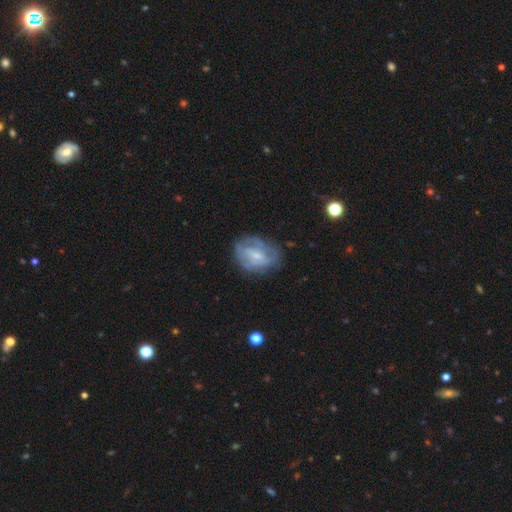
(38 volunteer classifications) Smooth or featured?
  - featured or disk: 63% *
  - smooth: 32%
  - star or artifact: 5%
Edge-on disk?
  - no: 92% *
  - yes: 8%
Bar?
  - weak: 41% * (tied)
  - no: 41% * (tied)
  - strong: 18%
Spiral arms?
  - no: 55% *
  - yes: 45%
Bulge size?
  - small: 73% *
  - moderate: 18%
  - large: 9%
  - dominant: 0%
  - none: 0%
Merging?
  - none: 72% *
  - minor disturbance: 14%
  - major disturbance: 8%
  - merger: 6%